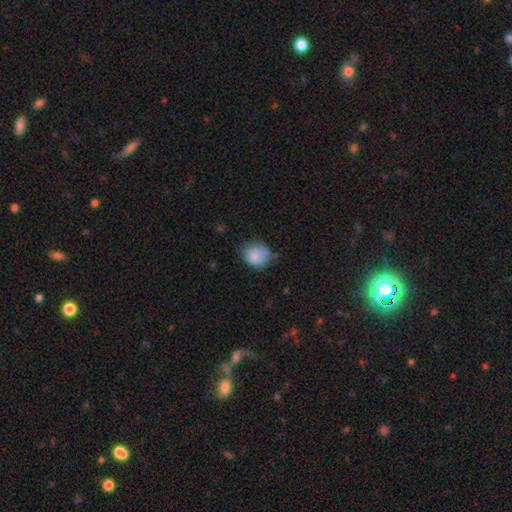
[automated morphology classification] A smooth galaxy with no disk features (84%) that is round (69%).

Vote fractions:
- Smooth or featured? smooth: 84% / featured or disk: 8% / star or artifact: 8%
- How rounded? round: 69% / in between: 30% / cigar-shaped: 1%
- Merging? none: 58% / minor disturbance: 31% / major disturbance: 8% / merger: 3%